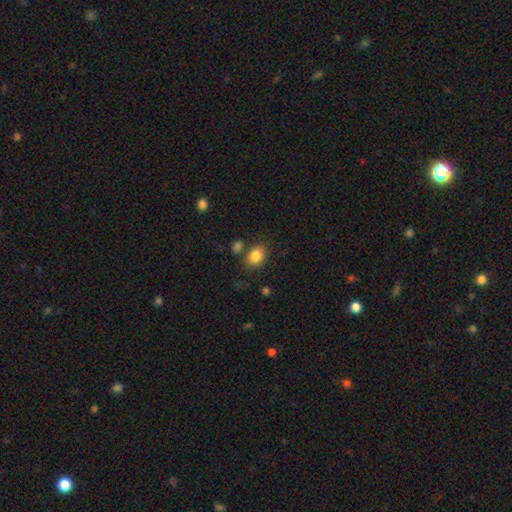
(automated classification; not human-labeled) Smooth or featured? smooth (85%)
How rounded? in between (55%)
Merging? none (73%)